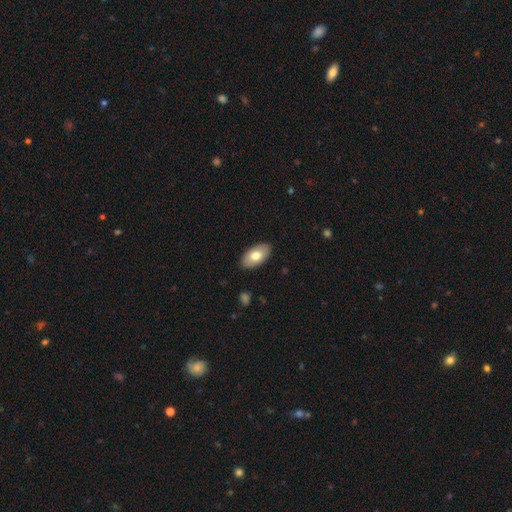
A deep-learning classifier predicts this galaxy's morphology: Q: Smooth or featured?
A: smooth (73%); runner-up: featured or disk (21%)
Q: How rounded?
A: in between (94%); runner-up: round (4%)
Q: Merging?
A: none (87%); runner-up: minor disturbance (10%)